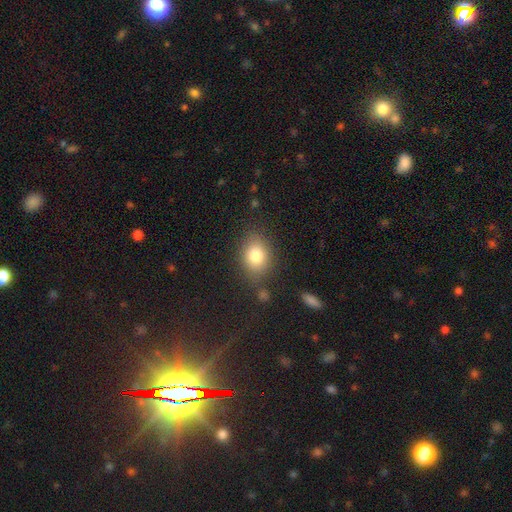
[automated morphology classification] Q: Smooth or featured?
A: smooth (80%); runner-up: star or artifact (10%)
Q: How rounded?
A: in between (56%); runner-up: round (42%)
Q: Merging?
A: none (77%); runner-up: minor disturbance (14%)